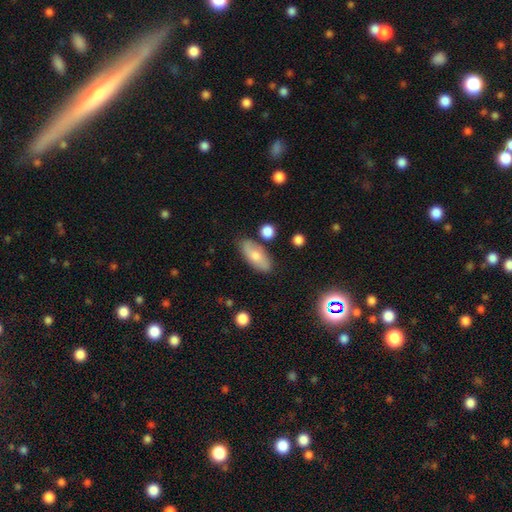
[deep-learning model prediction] Q: Smooth or featured?
A: smooth (65%); runner-up: featured or disk (28%)
Q: How rounded?
A: in between (86%); runner-up: cigar-shaped (10%)
Q: Merging?
A: none (77%); runner-up: minor disturbance (15%)